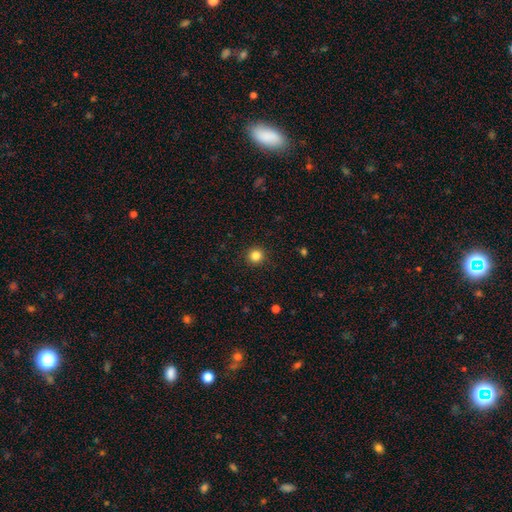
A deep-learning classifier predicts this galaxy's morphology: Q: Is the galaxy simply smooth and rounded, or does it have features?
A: smooth — 84%.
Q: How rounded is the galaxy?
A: round — 95%.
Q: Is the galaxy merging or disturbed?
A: none — 92%.